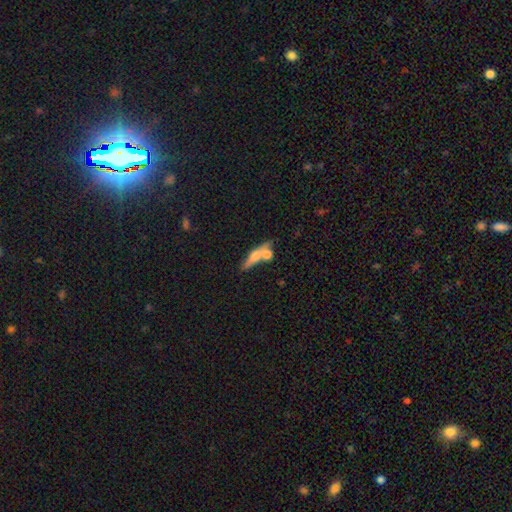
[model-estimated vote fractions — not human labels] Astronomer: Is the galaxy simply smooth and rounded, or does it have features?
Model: smooth — 50% (runner-up: featured or disk, 42%).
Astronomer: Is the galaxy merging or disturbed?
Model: none — 45% (runner-up: merger, 38%).